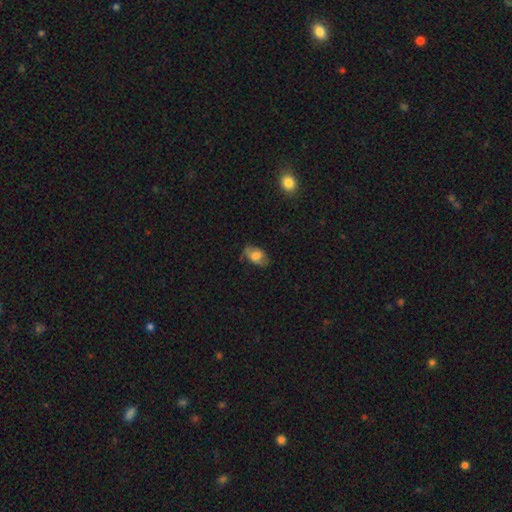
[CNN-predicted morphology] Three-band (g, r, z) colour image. It shows a smooth galaxy with no disk features (60%) that is in between round and cigar-shaped (89%). Merging: none (63%).